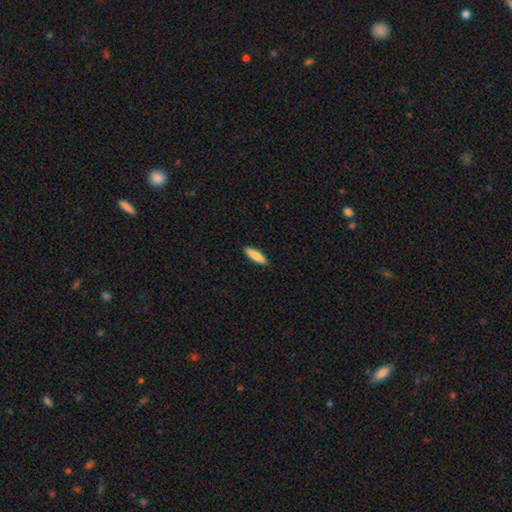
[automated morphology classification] Smooth or featured? smooth (84%)
How rounded? cigar-shaped (65%)
Merging? none (90%)